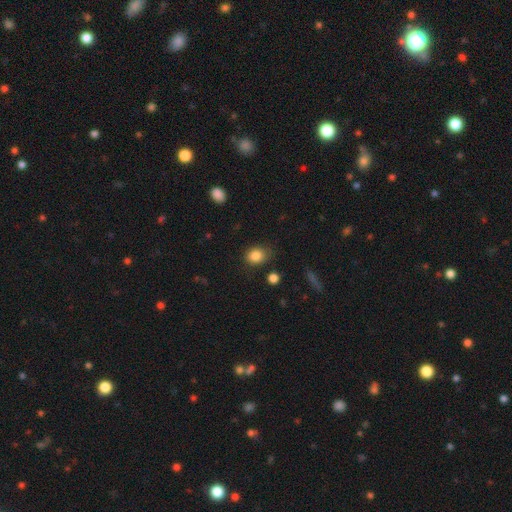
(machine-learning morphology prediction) This is clearly a smooth galaxy (85%). How rounded: possibly round (51%). Merging: likely none (72%).